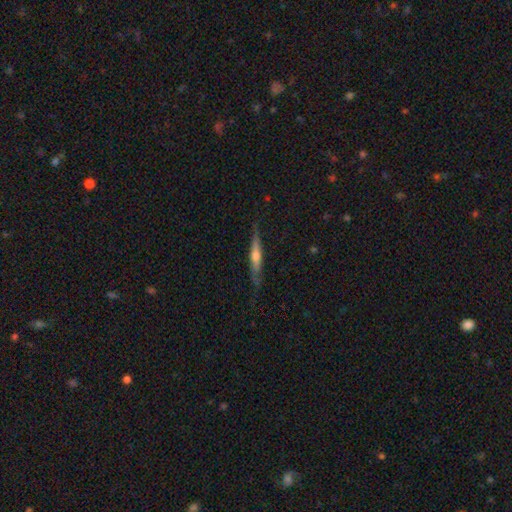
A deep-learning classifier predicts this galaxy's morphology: smooth-or-featured: featured or disk: 59% | smooth: 35% | star or artifact: 6%
  disk-edge-on: yes: 93% | no: 7%
    edge-on-bulge: rounded: 76% | none: 18% | boxy: 7%
  merging: none: 78% | minor disturbance: 17% | major disturbance: 4% | merger: 1%